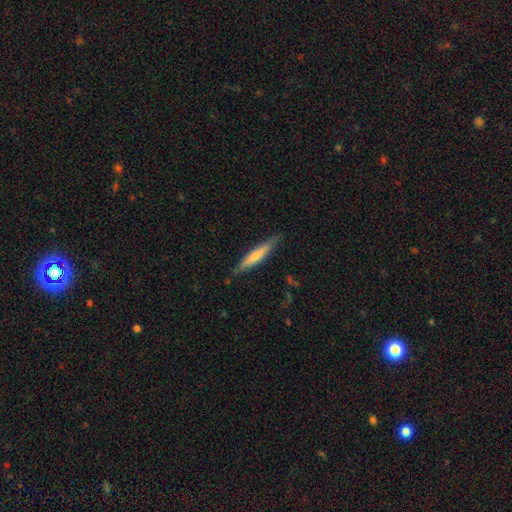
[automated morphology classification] Smooth or featured? Predicted: smooth (p=0.70). How rounded? Predicted: cigar-shaped (p=0.90). Merging? Predicted: none (p=0.82).